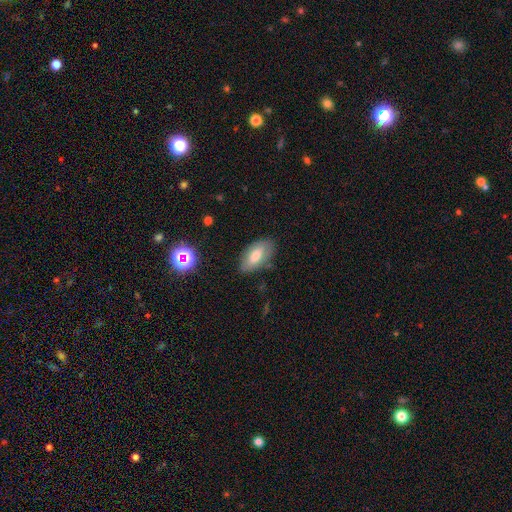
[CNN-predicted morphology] type=smooth (65%); roundness=in between (91%); merging=none (80%).